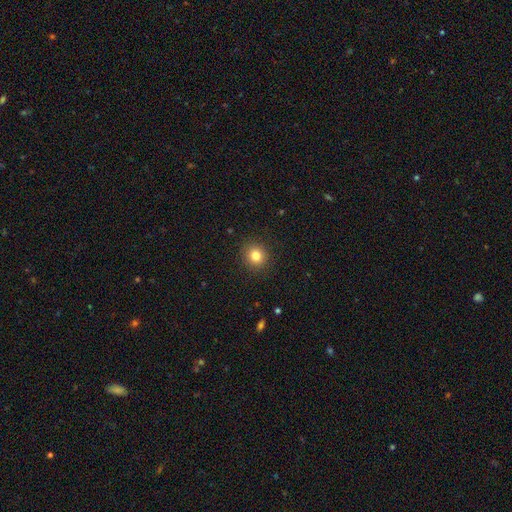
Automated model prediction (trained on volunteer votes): Morphology: type=smooth (81%); roundness=round (87%); merging=none (91%).